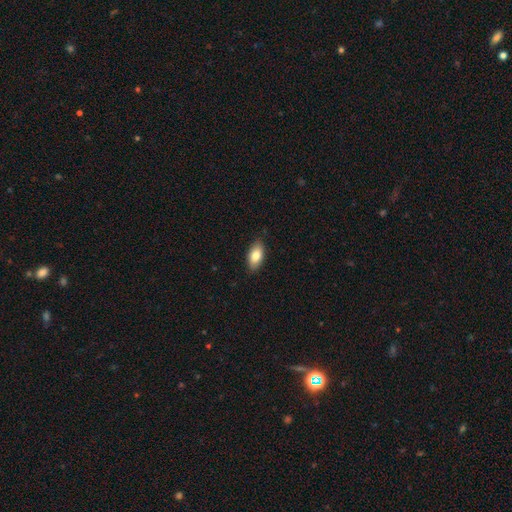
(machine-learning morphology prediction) A smooth galaxy with no disk features (81%) that is in between round and cigar-shaped (92%).

Vote fractions:
- Smooth or featured? smooth: 81% / featured or disk: 12% / star or artifact: 7%
- How rounded? in between: 92% / cigar-shaped: 5% / round: 4%
- Merging? none: 86% / minor disturbance: 11% / major disturbance: 2% / merger: 1%